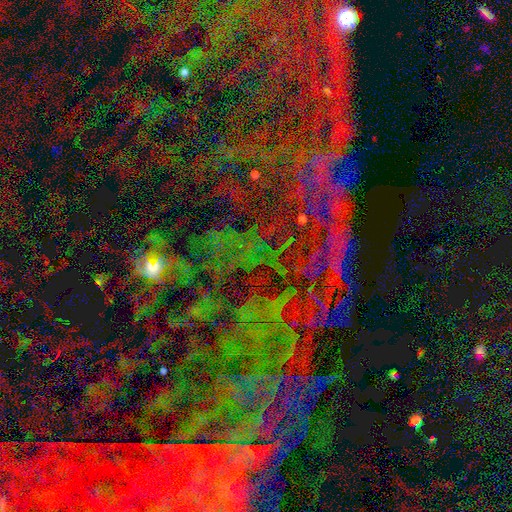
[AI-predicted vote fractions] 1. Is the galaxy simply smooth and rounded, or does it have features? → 78% star or artifact, 12% smooth, 10% featured or disk.